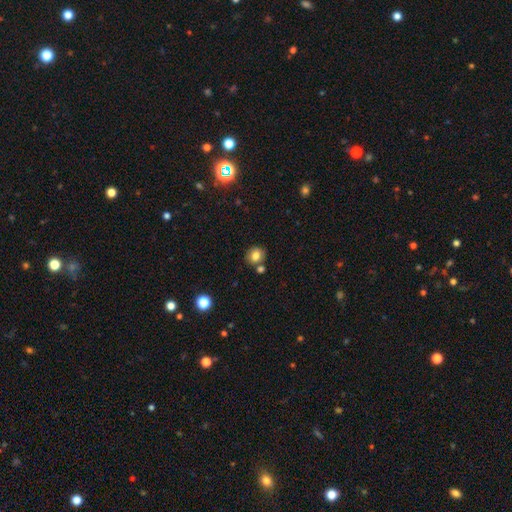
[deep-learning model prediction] This appears to be a smooth galaxy with no disk features (78%) that is round (79%). Merging: none (72%).